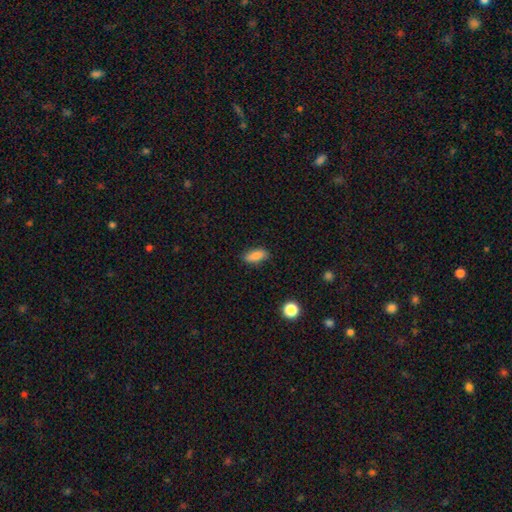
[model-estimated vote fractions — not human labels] Q: Smooth or featured?
A: smooth (82%); runner-up: featured or disk (11%)
Q: How rounded?
A: in between (79%); runner-up: cigar-shaped (17%)
Q: Merging?
A: none (85%); runner-up: minor disturbance (11%)